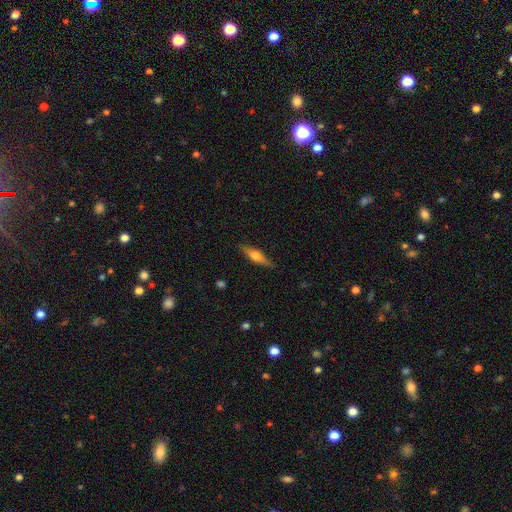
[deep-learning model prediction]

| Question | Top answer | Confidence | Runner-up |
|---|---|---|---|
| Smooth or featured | featured or disk | 57% | smooth (36%) |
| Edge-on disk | yes | 94% | no (6%) |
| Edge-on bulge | rounded | 89% | boxy (8%) |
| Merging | none | 86% | minor disturbance (10%) |